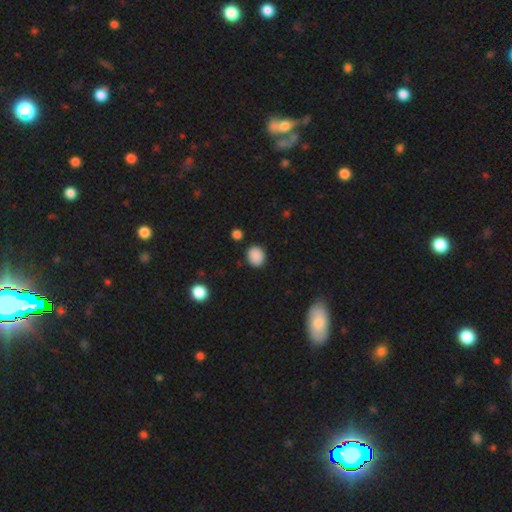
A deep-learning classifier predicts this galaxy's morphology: Smooth or featured? Predicted: smooth (p=0.88). How rounded? Predicted: round (p=0.61). Merging? Predicted: none (p=0.86).